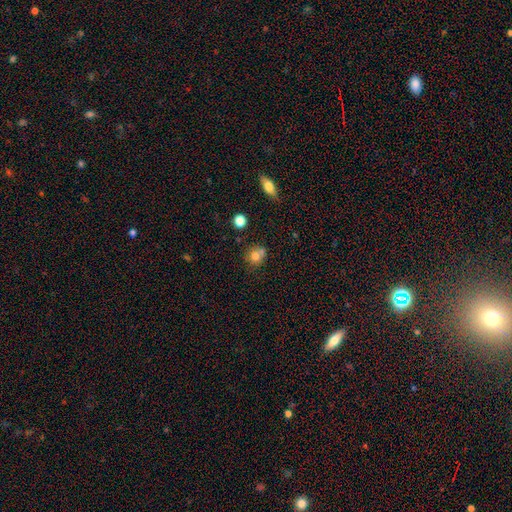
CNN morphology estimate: This appears to be a smooth galaxy with no disk features (76%) that is round (79%). Merging: none (53%).